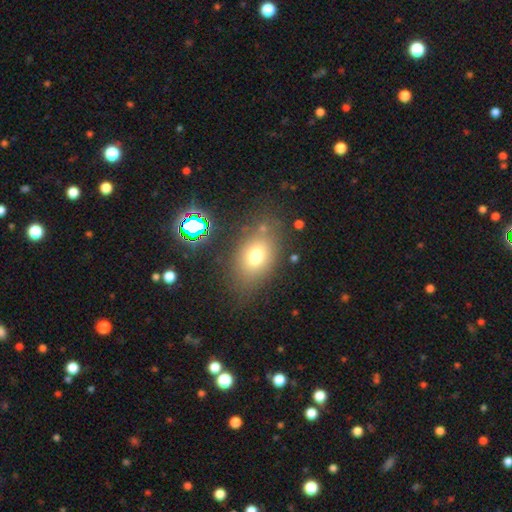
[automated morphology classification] A smooth galaxy with no disk features (71%) that is in between round and cigar-shaped (72%). Merging: none (73%).